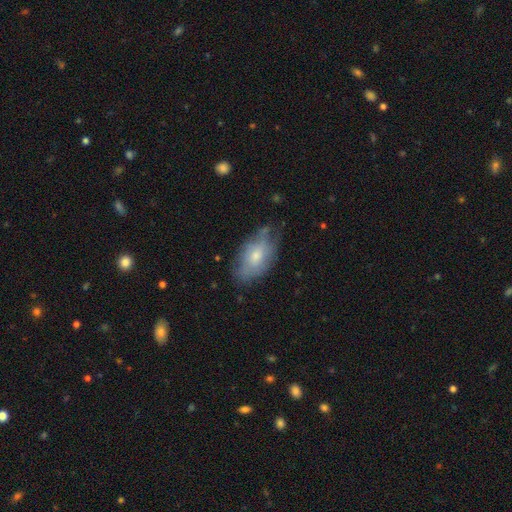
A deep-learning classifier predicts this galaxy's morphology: A smooth galaxy with no disk features (55%) that is in between round and cigar-shaped (91%).

Vote fractions:
- Smooth or featured? smooth: 55% / featured or disk: 37% / star or artifact: 8%
- How rounded? in between: 91% / round: 6% / cigar-shaped: 3%
- Merging? none: 56% / minor disturbance: 32% / major disturbance: 10% / merger: 2%